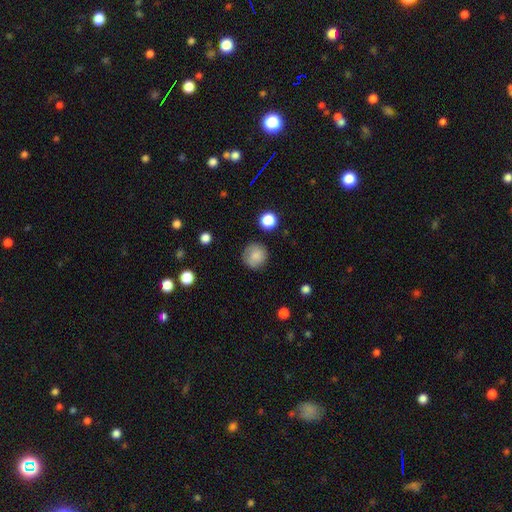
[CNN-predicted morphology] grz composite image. It shows a smooth galaxy with no disk features (84%) that is round (93%). Merging: none (84%).